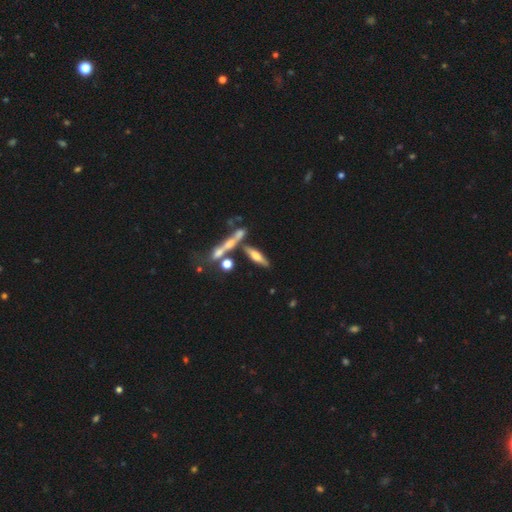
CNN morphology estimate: A featured or disk galaxy (47%).

Vote fractions:
- Smooth or featured? featured or disk: 47% / smooth: 42% / star or artifact: 10%
- Merging? none: 58% / merger: 22% / minor disturbance: 14% / major disturbance: 7%